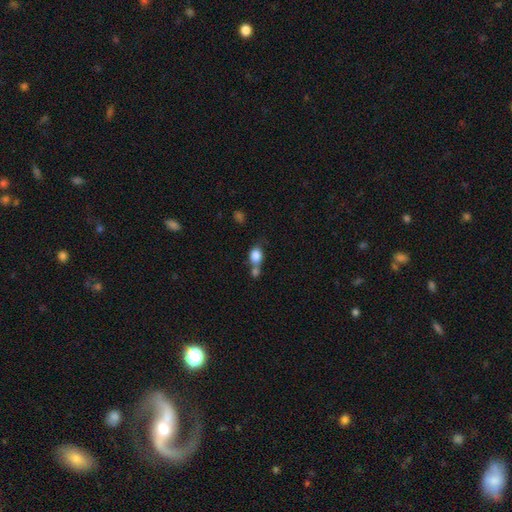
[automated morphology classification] Overall: smooth (82%). How rounded: in between (52%; round 46%). Merging: merger (53%; none 30%).